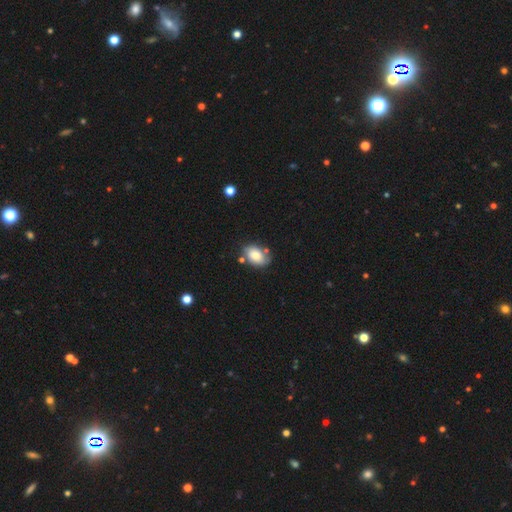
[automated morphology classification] smooth-or-featured: smooth: 74% | featured or disk: 18% | star or artifact: 8%
  how-rounded: in between: 86% | round: 13% | cigar-shaped: 1%
  merging: none: 64% | minor disturbance: 22% | merger: 9% | major disturbance: 6%